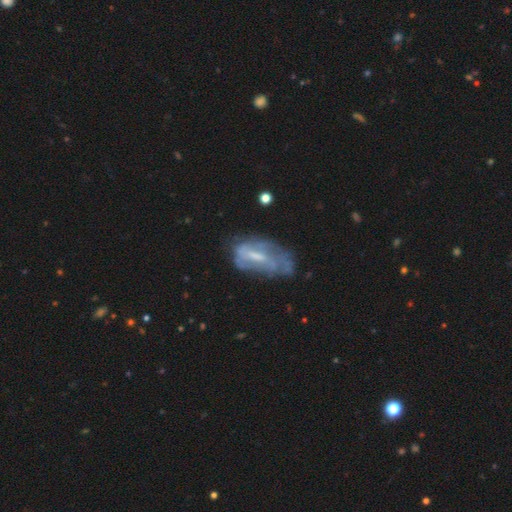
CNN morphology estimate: type=featured or disk (61%); edge-on=no (92%); bar=weak (44%); spiral arms=no (55%); bulge=small (40%); merging=none (40%).